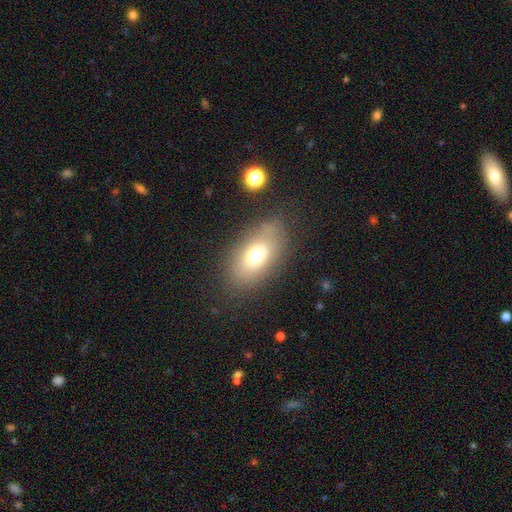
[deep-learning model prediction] Smooth or featured? Predicted: smooth (p=0.71). How rounded? Predicted: in between (p=0.87). Merging? Predicted: none (p=0.78).